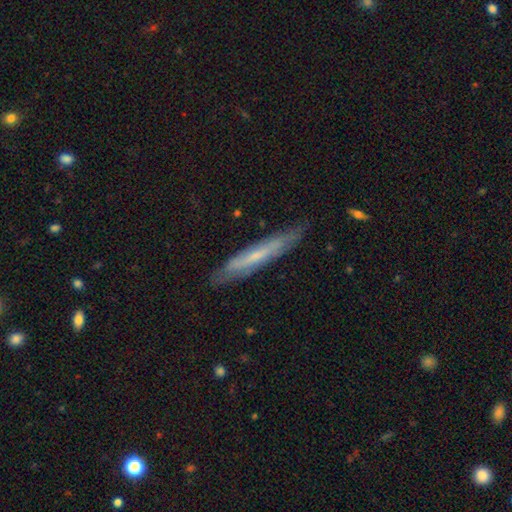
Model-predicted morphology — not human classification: Smooth or featured? Predicted: featured or disk (p=0.53). Edge-on disk? Predicted: yes (p=0.77). Merging? Predicted: none (p=0.80).